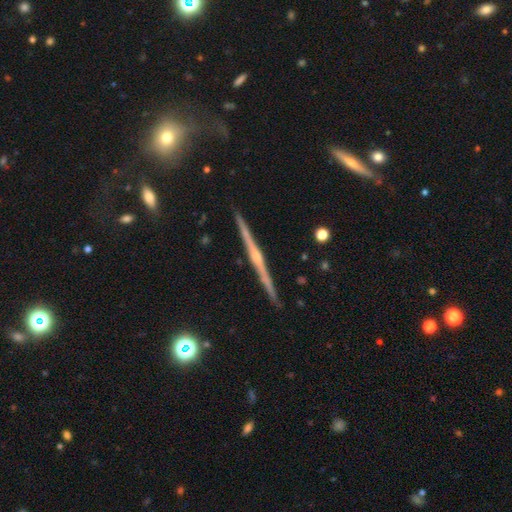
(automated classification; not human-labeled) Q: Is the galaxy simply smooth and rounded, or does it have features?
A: featured or disk — 84%.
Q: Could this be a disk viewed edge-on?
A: yes — 99%.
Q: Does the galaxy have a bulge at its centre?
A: rounded — 75%.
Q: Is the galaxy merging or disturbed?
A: none — 91%.